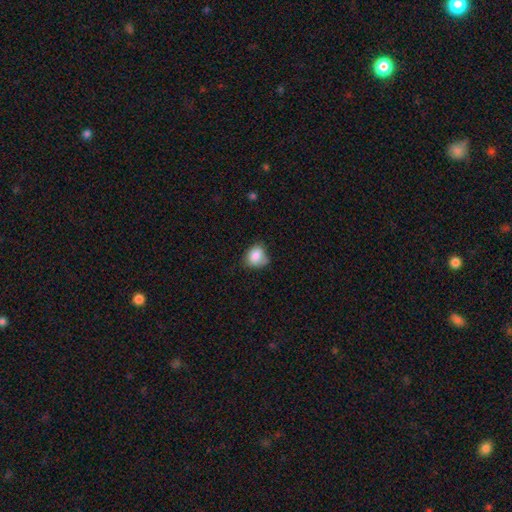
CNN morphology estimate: Smooth or featured: smooth — 85% (star or artifact — 8%)
How rounded: round — 58% (in between — 41%)
Merging: none — 53% (minor disturbance — 34%)